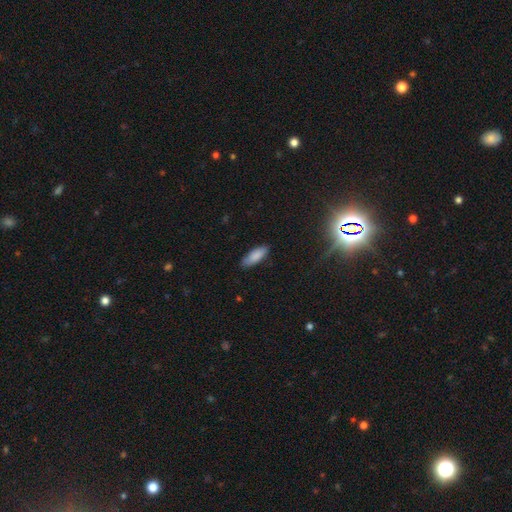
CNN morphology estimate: Q: Smooth or featured?
A: smooth (85%); runner-up: featured or disk (8%)
Q: How rounded?
A: in between (71%); runner-up: cigar-shaped (27%)
Q: Merging?
A: none (81%); runner-up: minor disturbance (15%)